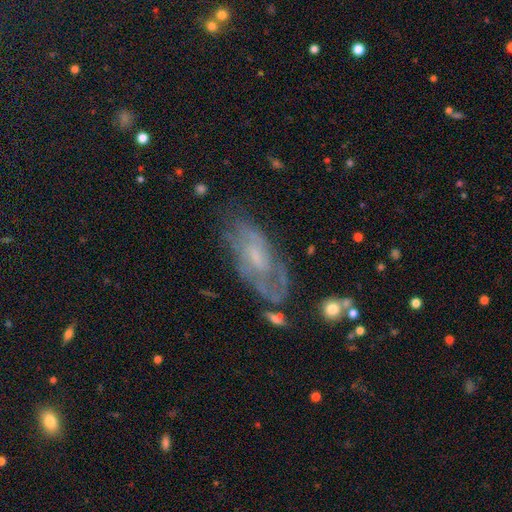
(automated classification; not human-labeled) smooth-or-featured: featured or disk: 66% | smooth: 24% | star or artifact: 10%
  disk-edge-on: no: 88% | yes: 12%
    bar: no: 56% | weak: 37% | strong: 7%
    has-spiral-arms: yes: 74% | no: 26%
    bulge-size: small: 53% | moderate: 28% | none: 16% | large: 3% | dominant: 1%
  merging: none: 61% | minor disturbance: 23% | major disturbance: 12% | merger: 4%